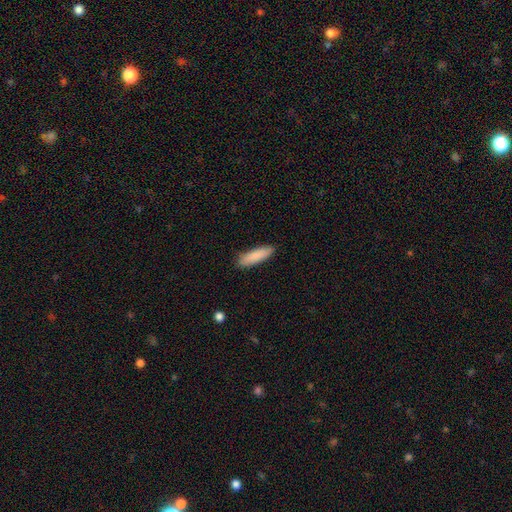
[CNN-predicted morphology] smooth 88%, featured or disk 6%, star or artifact 6%. Down the decision tree: how rounded — cigar-shaped (63%); merging — none (88%).